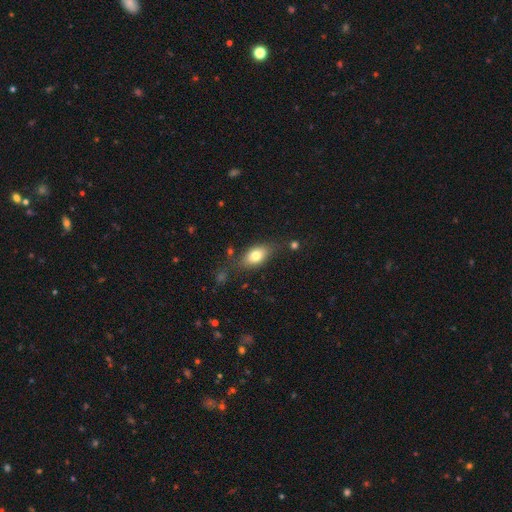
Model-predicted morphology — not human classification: This appears to be a smooth galaxy with no disk features (76%) that is in between round and cigar-shaped (85%). Merging: none (73%).